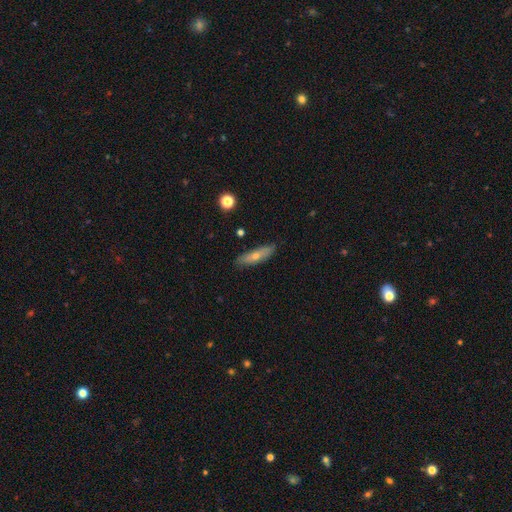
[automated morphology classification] Smooth or featured? smooth (54%)
How rounded? cigar-shaped (69%)
Merging? none (85%)